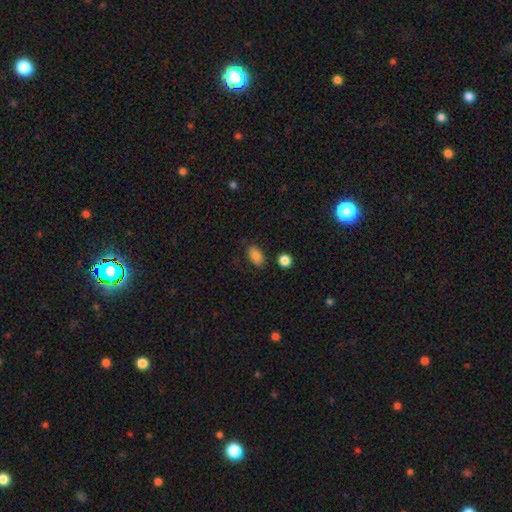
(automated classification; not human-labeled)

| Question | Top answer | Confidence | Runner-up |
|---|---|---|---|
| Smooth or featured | smooth | 85% | star or artifact (9%) |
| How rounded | in between | 90% | round (8%) |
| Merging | none | 81% | minor disturbance (13%) |